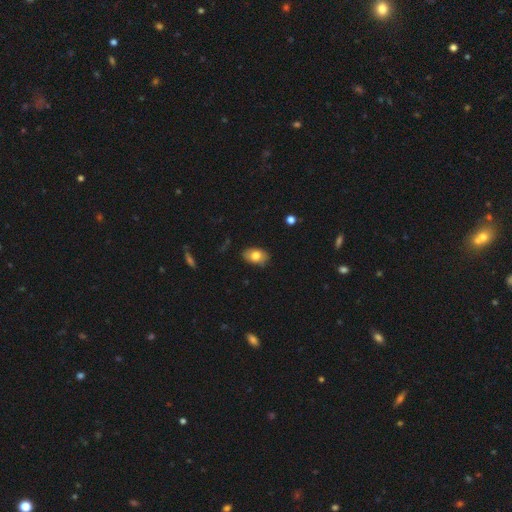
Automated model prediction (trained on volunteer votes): Q: Smooth or featured?
A: smooth (77%); runner-up: featured or disk (15%)
Q: How rounded?
A: in between (86%); runner-up: round (12%)
Q: Merging?
A: none (83%); runner-up: minor disturbance (14%)